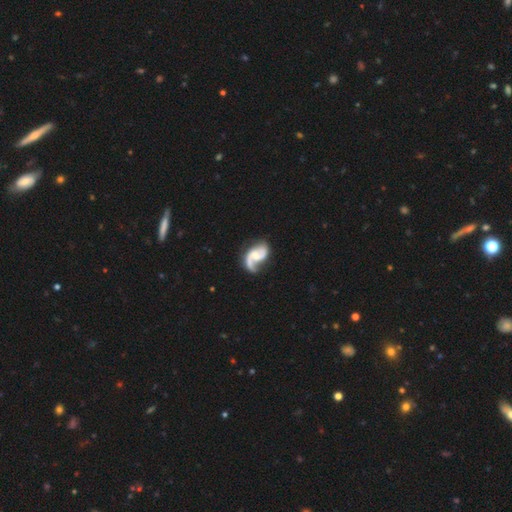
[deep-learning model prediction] Smooth or featured?
  - featured or disk: 87% *
  - smooth: 8%
  - star or artifact: 5%
Edge-on disk?
  - no: 98% *
  - yes: 2%
Bar?
  - no: 46% *
  - weak: 40%
  - strong: 14%
Spiral arms?
  - yes: 97% *
  - no: 3%
Spiral winding?
  - loose: 44% *
  - medium: 43%
  - tight: 13%
Spiral arm count?
  - 2: 78% *
  - 1: 17%
  - can't tell: 2%
  - 3: 1%
  - 4: 1%
  - more than 4: 1%
Bulge size?
  - small: 39% *
  - moderate: 36%
  - none: 17%
  - large: 6%
  - dominant: 2%
Merging?
  - none: 59% *
  - minor disturbance: 21%
  - major disturbance: 16%
  - merger: 4%